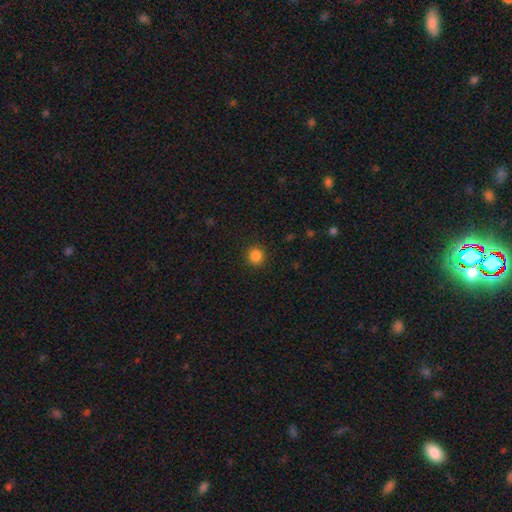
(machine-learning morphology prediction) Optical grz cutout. It shows a smooth galaxy with no disk features (86%) that is round (92%). Merging: none (90%).